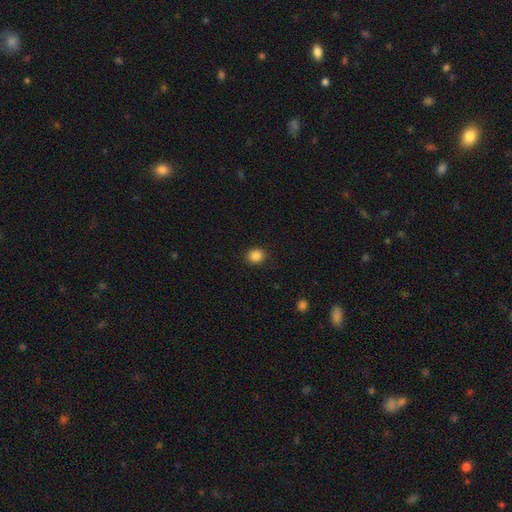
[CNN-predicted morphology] A smooth galaxy with no disk features (86%) that is round (74%). Merging: none (91%).